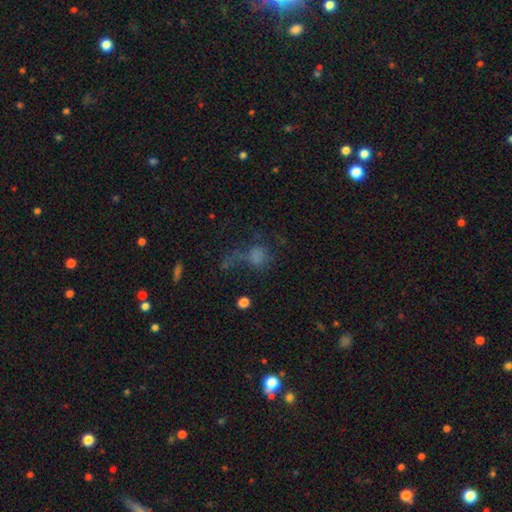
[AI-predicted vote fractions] A smooth galaxy with no disk features (54%) that is round (53%). Merging: major disturbance (39%).